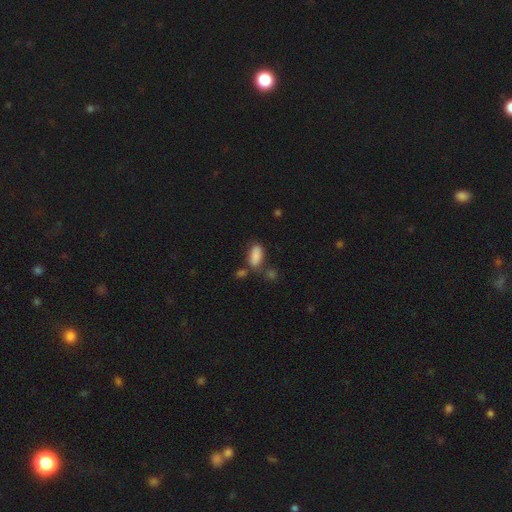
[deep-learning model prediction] Smooth or featured: smooth — 85% (star or artifact — 8%)
How rounded: in between — 87% (cigar-shaped — 10%)
Merging: none — 57% (merger — 18%)